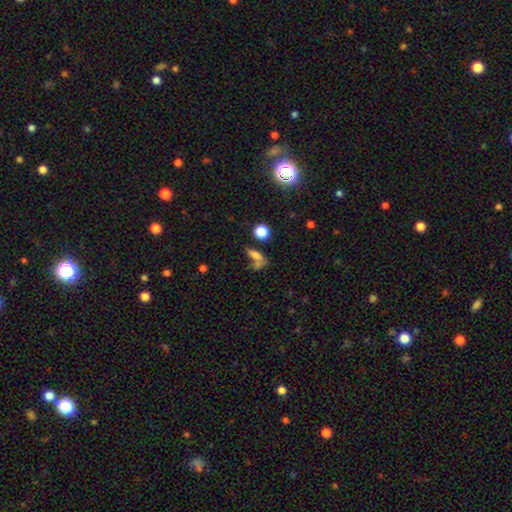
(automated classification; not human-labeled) A smooth galaxy with no disk features (68%) that is in between round and cigar-shaped (60%).

Vote fractions:
- Smooth or featured? smooth: 68% / star or artifact: 18% / featured or disk: 14%
- How rounded? in between: 60% / round: 24% / cigar-shaped: 16%
- Merging? merger: 38% / none: 37% / minor disturbance: 13% / major disturbance: 12%